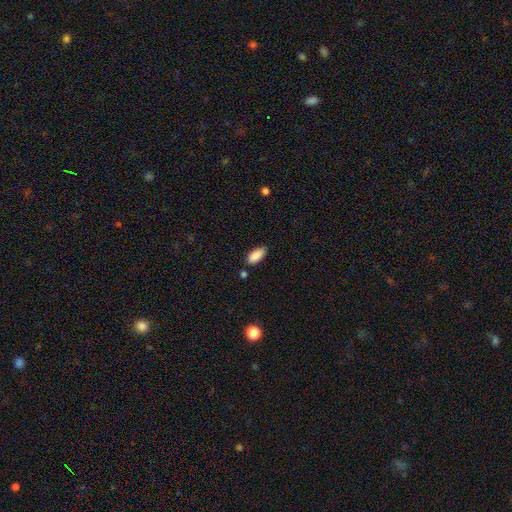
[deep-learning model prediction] The model was most divided on "merging": none: 70%, minor disturbance: 22%, merger: 4%, major disturbance: 4%. More confident: how rounded — in between (89%); smooth or featured — smooth (88%).